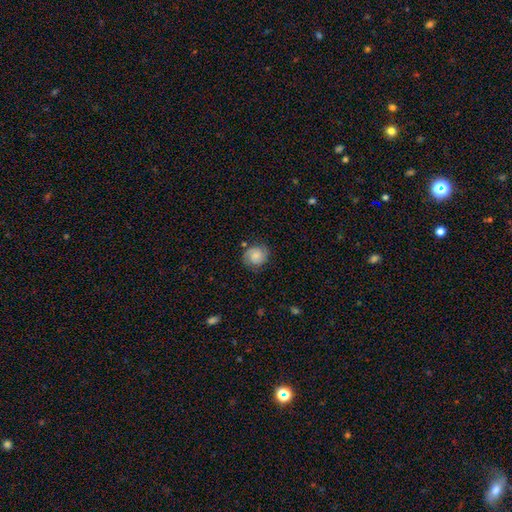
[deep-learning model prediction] A featured or disk galaxy (47%). Merging: none (76%).